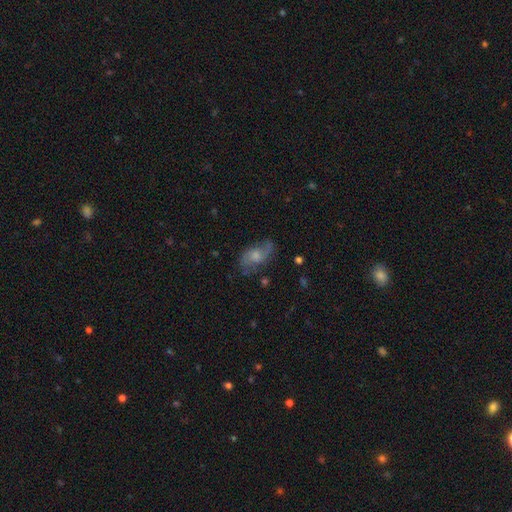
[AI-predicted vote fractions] This is likely a featured or disk galaxy (66%). It is clearly not viewed edge-on (95%). Bar: likely no (61%). Spiral arm pattern: clearly yes (89%). Spiral arm count: clearly 2 (87%). Spiral winding: possibly loose (56%). Central bulge: marginally moderate (42%). Merging: likely none (67%).